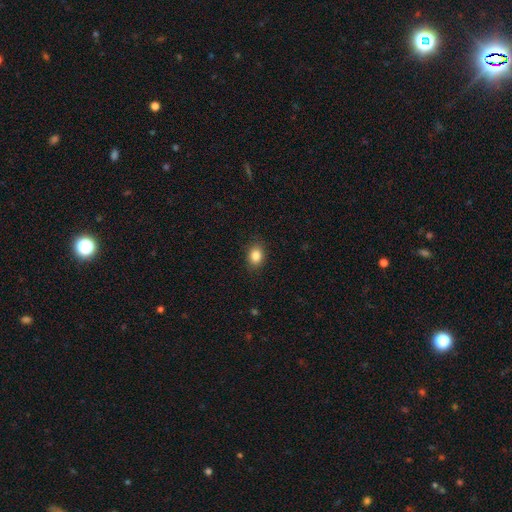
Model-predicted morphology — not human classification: Smooth or featured? smooth (86%)
How rounded? in between (65%)
Merging? none (86%)